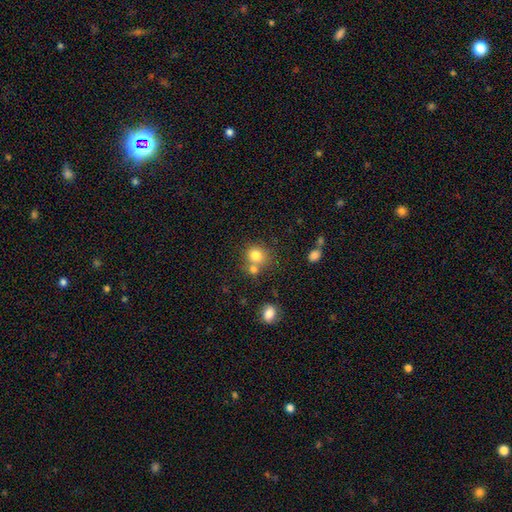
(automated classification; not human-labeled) Overall: smooth (78%). How rounded: round (79%). Merging: none (53%; merger 33%).